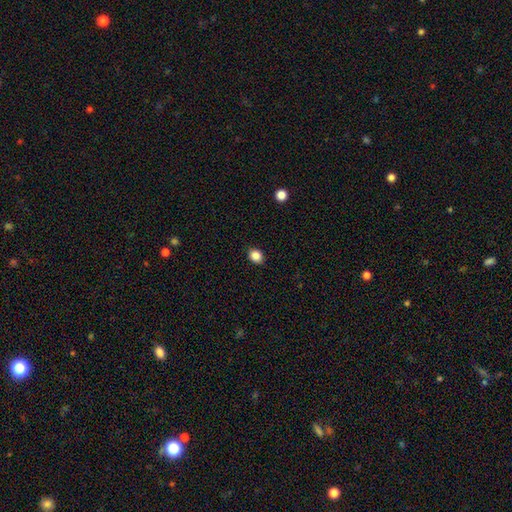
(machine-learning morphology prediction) The model was most divided on "how rounded": round: 56%, in between: 43%, cigar-shaped: 1%. More confident: merging — none (89%); smooth or featured — smooth (85%).